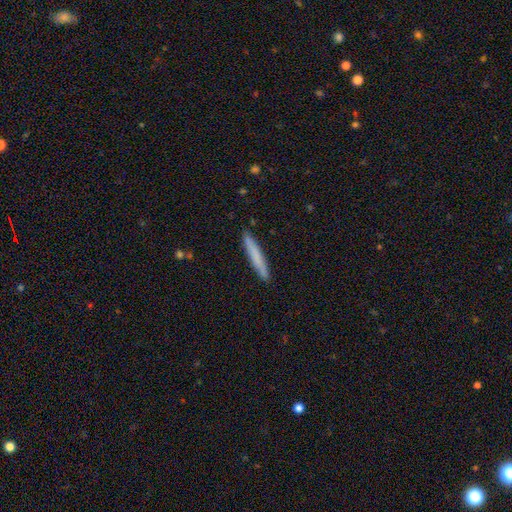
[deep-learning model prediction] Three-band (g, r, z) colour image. It shows a smooth galaxy with no disk features (74%) that is cigar-shaped (96%). Merging: none (90%).